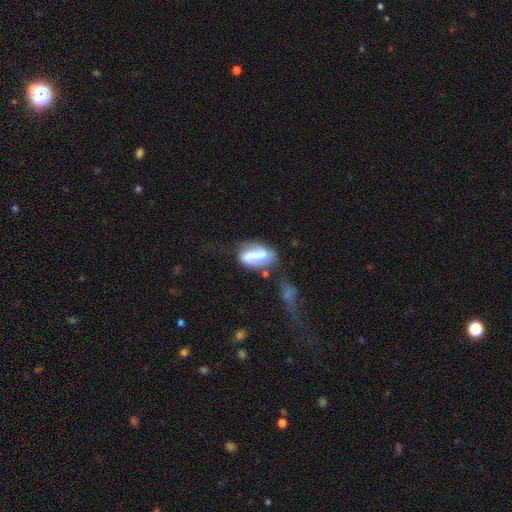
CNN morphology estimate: The model was most divided on "bar": strong: 37%, weak: 32%, no: 31%. Remaining: edge-on disk — no (95%); spiral arms — yes (74%); smooth or featured — featured or disk (54%); merging — none (43%); bulge size — none (34%).